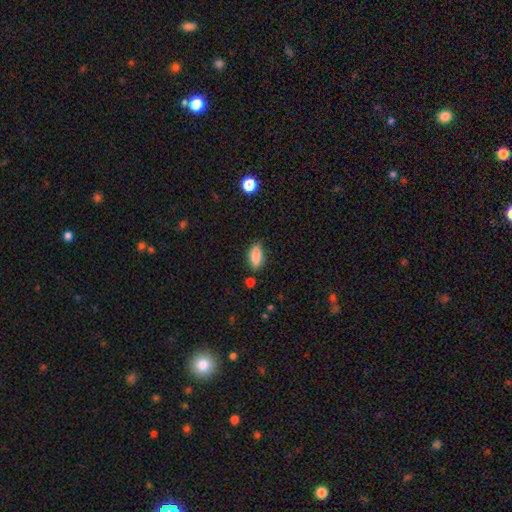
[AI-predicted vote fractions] Q: Smooth or featured?
A: smooth (83%); runner-up: featured or disk (9%)
Q: How rounded?
A: in between (80%); runner-up: cigar-shaped (17%)
Q: Merging?
A: none (78%); runner-up: minor disturbance (15%)